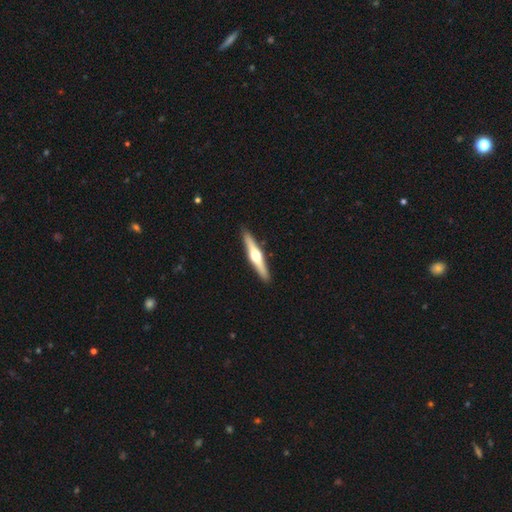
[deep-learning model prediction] smooth-or-featured: featured or disk: 69% | smooth: 27% | star or artifact: 5%
  disk-edge-on: yes: 97% | no: 3%
    edge-on-bulge: rounded: 94% | none: 3% | boxy: 3%
  merging: none: 91% | minor disturbance: 6% | major disturbance: 1% | merger: 1%